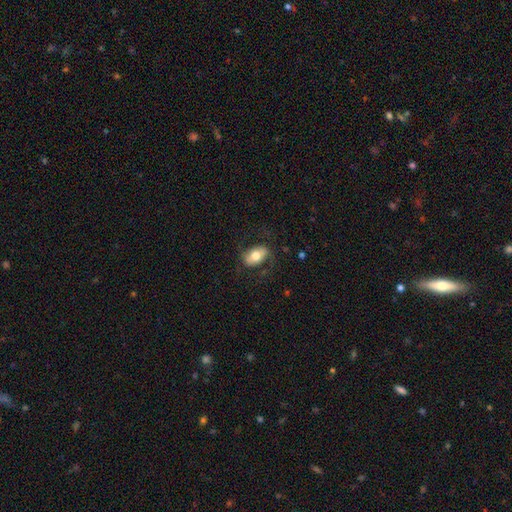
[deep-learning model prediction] smooth 62%, featured or disk 31%, star or artifact 7%. Down the decision tree: how rounded — in between (88%); merging — none (73%).